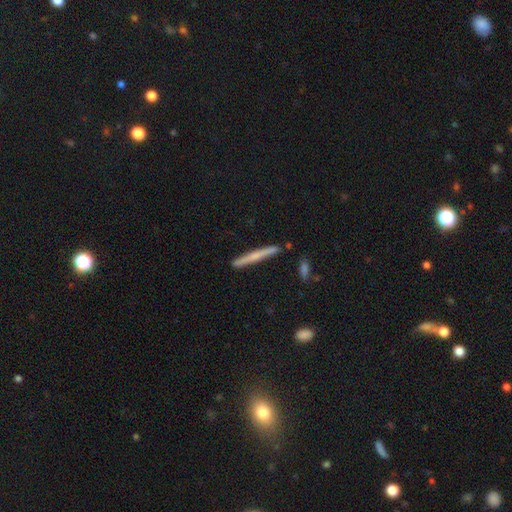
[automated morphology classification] smooth 47%, featured or disk 46%, star or artifact 6%. Down the decision tree: merging — none (86%).